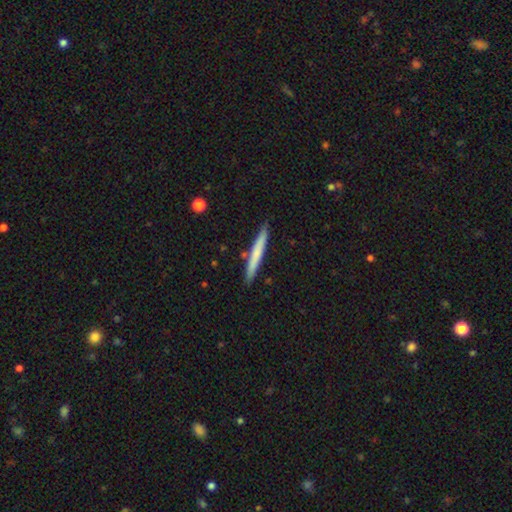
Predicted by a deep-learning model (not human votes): Smooth or featured? Predicted: smooth (p=0.65). How rounded? Predicted: cigar-shaped (p=0.96). Merging? Predicted: none (p=0.87).